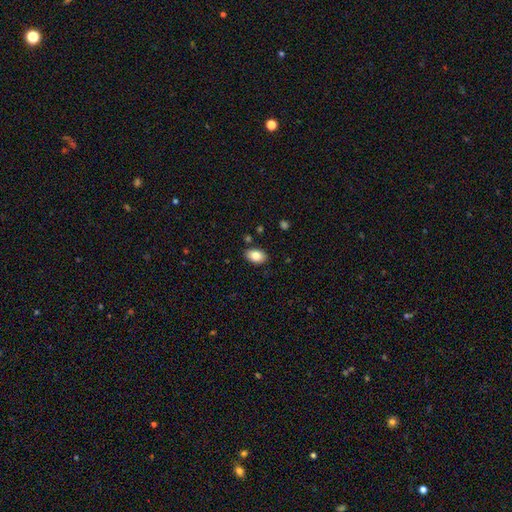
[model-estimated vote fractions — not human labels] This is clearly a smooth galaxy (83%). How rounded: clearly in between (89%). Merging: clearly none (87%).